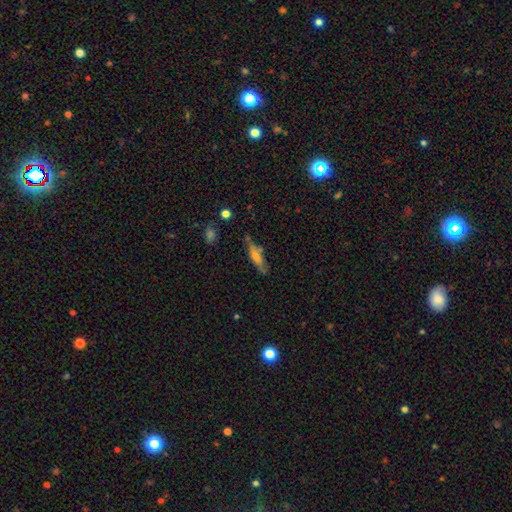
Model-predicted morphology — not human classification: A smooth galaxy with no disk features (56%) that is cigar-shaped (71%). Merging: none (69%).